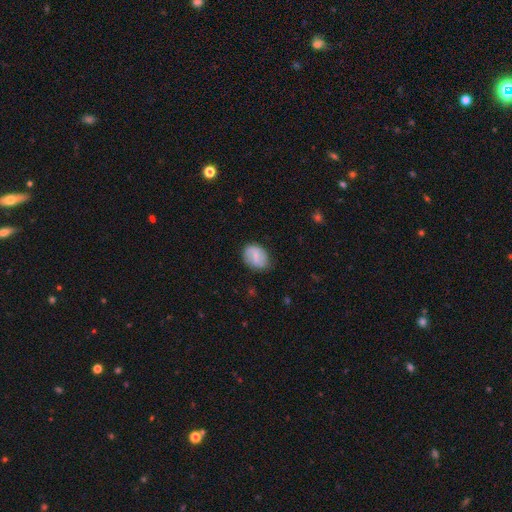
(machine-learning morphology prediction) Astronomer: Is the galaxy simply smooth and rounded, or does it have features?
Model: smooth — 50% (runner-up: featured or disk, 43%).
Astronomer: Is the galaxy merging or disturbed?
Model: none — 77%.